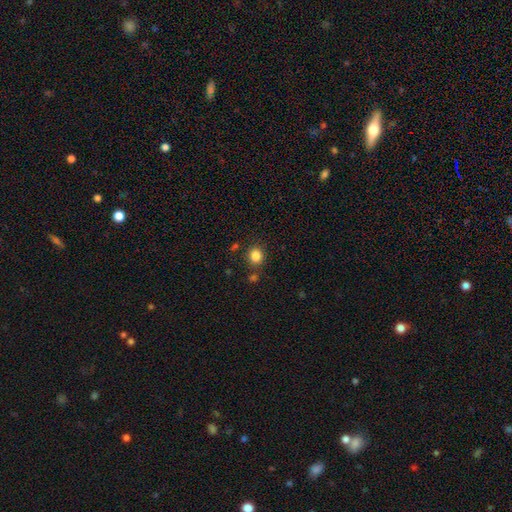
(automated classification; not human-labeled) smooth_or_featured: smooth (p=0.84) [alt: star or artifact p=0.11]
how_rounded: round (p=0.78) [alt: in between p=0.21]
merging: none (p=0.82) [alt: minor disturbance p=0.09]